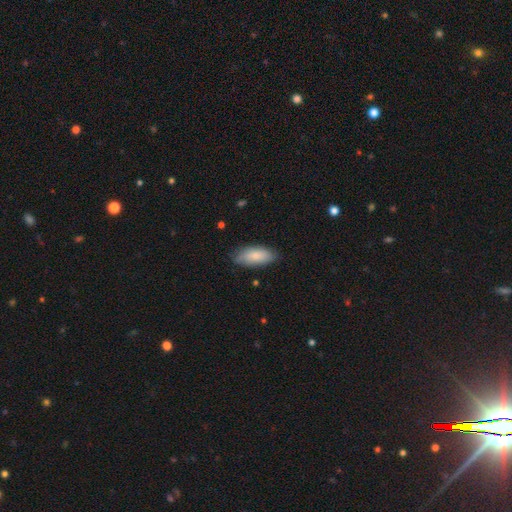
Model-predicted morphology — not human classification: Smooth or featured: smooth — 83% (featured or disk — 11%)
How rounded: in between — 83% (cigar-shaped — 15%)
Merging: none — 79% (minor disturbance — 17%)